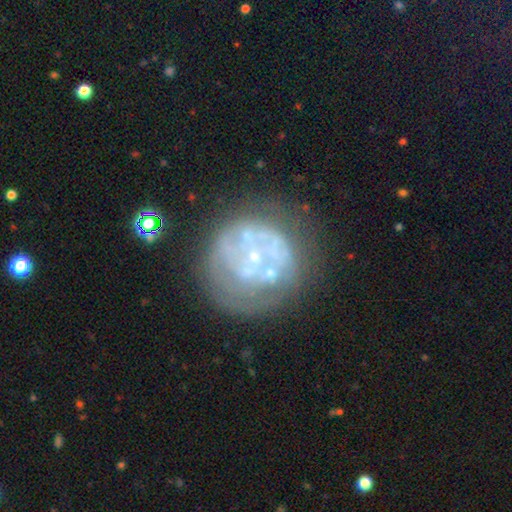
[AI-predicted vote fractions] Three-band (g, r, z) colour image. It shows a featured or disk galaxy (65%) with no bar (90%), no spiral arms (78%) and a small central bulge (55%). Merging: none (56%).